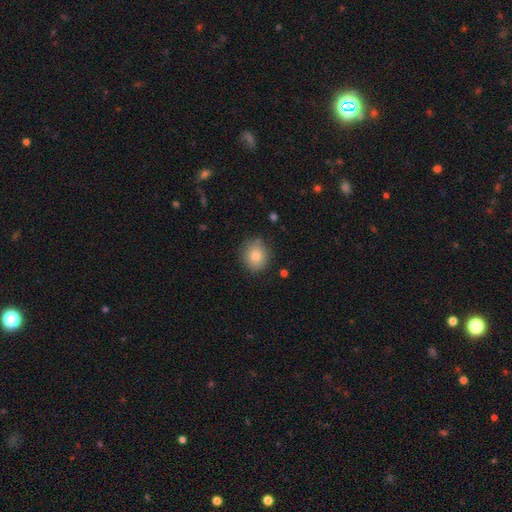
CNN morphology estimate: The model was most divided on "how rounded": round: 77%, in between: 22%, cigar-shaped: 1%. More confident: merging — none (85%); smooth or featured — smooth (83%).